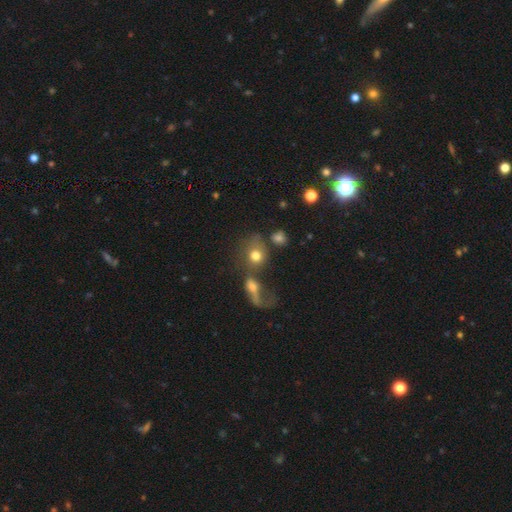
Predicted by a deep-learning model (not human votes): A smooth galaxy with no disk features (68%) that is round (61%).

Vote fractions:
- Smooth or featured? smooth: 68% / featured or disk: 20% / star or artifact: 13%
- How rounded? round: 61% / in between: 36% / cigar-shaped: 2%
- Merging? merger: 46% / none: 25% / major disturbance: 20% / minor disturbance: 10%